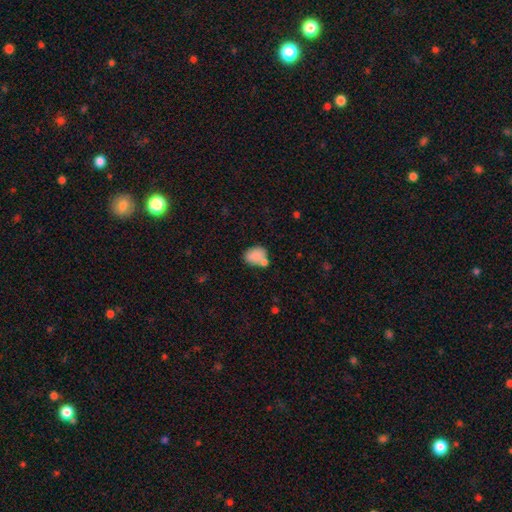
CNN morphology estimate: smooth-or-featured: smooth: 83% | star or artifact: 9% | featured or disk: 8%
  how-rounded: in between: 64% | round: 35% | cigar-shaped: 1%
  merging: none: 51% | merger: 25% | minor disturbance: 17% | major disturbance: 6%